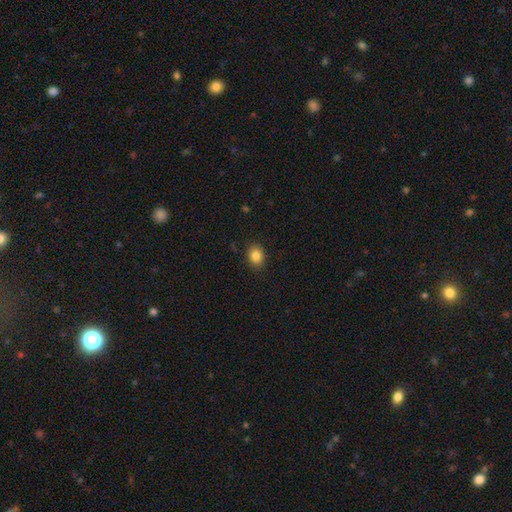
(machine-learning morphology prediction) Smooth or featured?
  - smooth: 86% *
  - star or artifact: 10%
  - featured or disk: 5%
How rounded?
  - in between: 56% *
  - round: 43%
  - cigar-shaped: 1%
Merging?
  - none: 89% *
  - minor disturbance: 8%
  - major disturbance: 2%
  - merger: 1%